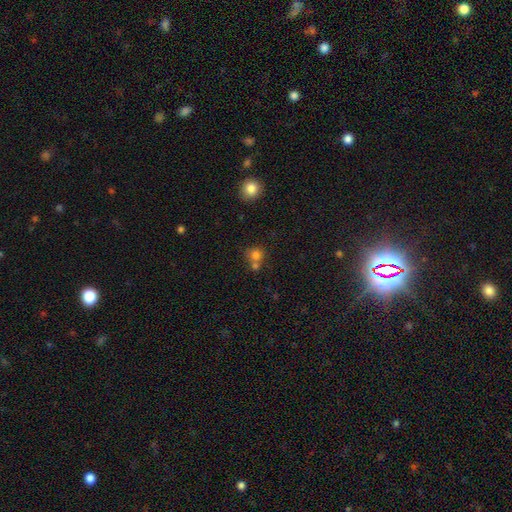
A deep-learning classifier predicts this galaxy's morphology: smooth 78%, star or artifact 13%, featured or disk 9%. Down the decision tree: how rounded — round (82%); merging — none (48%).